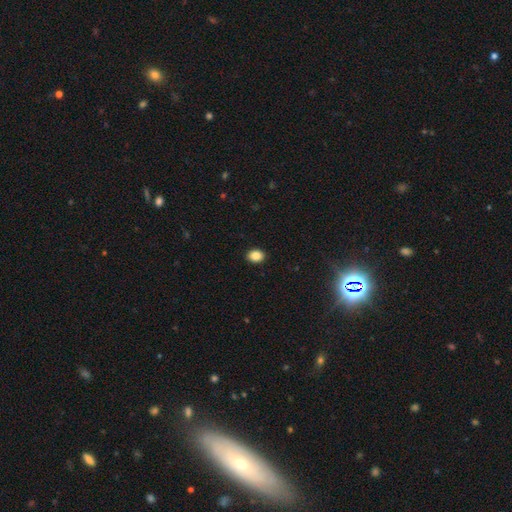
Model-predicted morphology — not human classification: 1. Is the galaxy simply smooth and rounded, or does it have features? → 87% smooth, 9% star or artifact, 4% featured or disk.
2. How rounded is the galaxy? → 56% in between, 44% round, 1% cigar-shaped.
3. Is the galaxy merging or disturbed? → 91% none, 6% minor disturbance, 2% major disturbance, 1% merger.